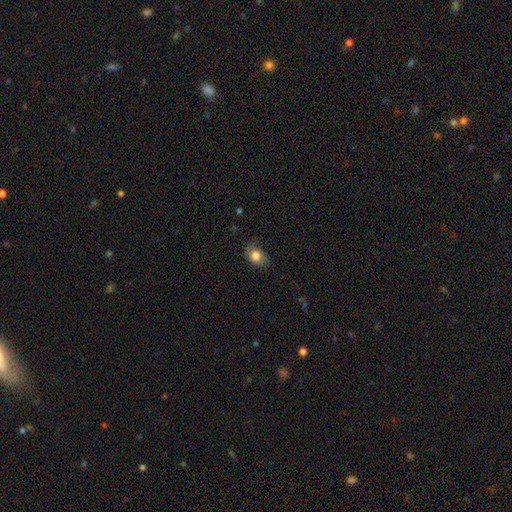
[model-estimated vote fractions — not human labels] Smooth or featured?
  - smooth: 76% *
  - featured or disk: 16%
  - star or artifact: 8%
How rounded?
  - in between: 72% *
  - round: 26%
  - cigar-shaped: 1%
Merging?
  - none: 54% *
  - minor disturbance: 32%
  - major disturbance: 12%
  - merger: 2%